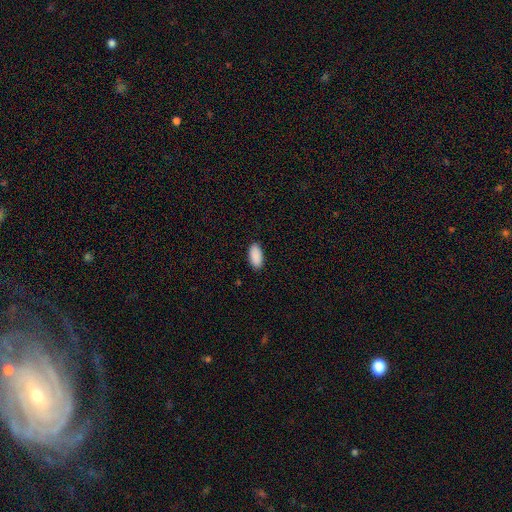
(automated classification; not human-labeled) This is clearly a smooth galaxy (91%). How rounded: clearly in between (94%). Merging: clearly none (89%).